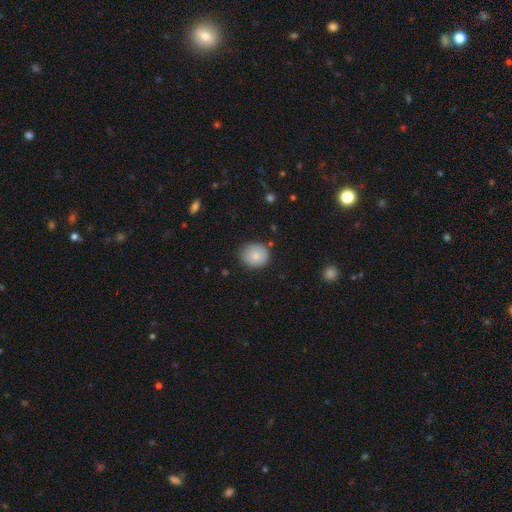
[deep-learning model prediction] The model was most divided on "how rounded": round: 75%, in between: 24%, cigar-shaped: 1%. More confident: smooth or featured — smooth (82%); merging — none (78%).